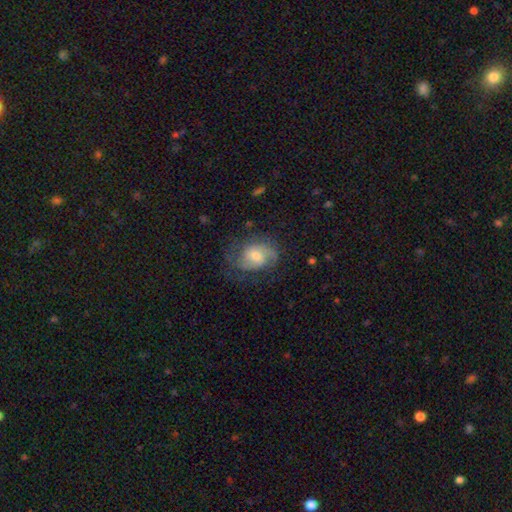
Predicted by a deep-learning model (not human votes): Overall: featured or disk (62%; smooth 30%). Edge-on disk: no (96%). Bar: weak (46%; no 45%). Spiral arms: yes (87%). Spiral arm count: 2 (51%; can't tell 23%). Spiral winding: medium (44%; tight 32%). Bulge size: moderate (54%; small 32%). Merging: none (58%; minor disturbance 24%).